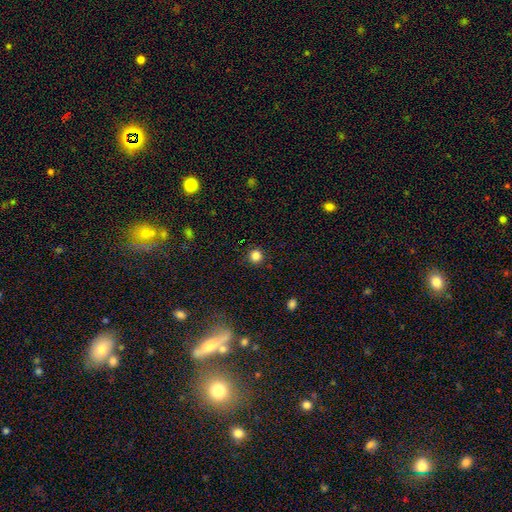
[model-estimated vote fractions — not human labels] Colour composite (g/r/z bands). It shows a smooth galaxy with no disk features (84%) that is round (95%). Merging: none (91%).